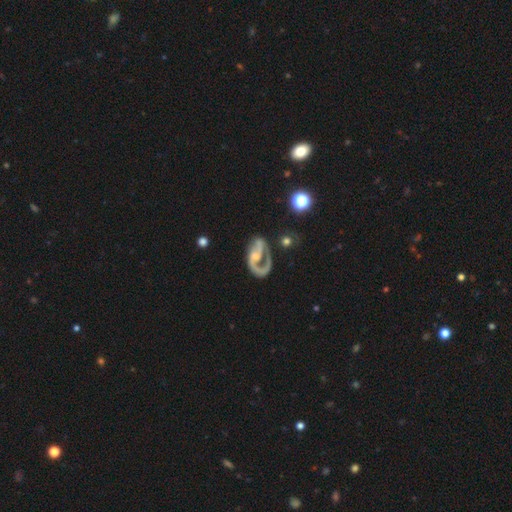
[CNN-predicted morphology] featured or disk 83%, smooth 10%, star or artifact 6%. Down the decision tree: edge-on disk — no (97%); bar — no (52%); spiral arms — yes (89%); spiral arm count — 1 (47%); spiral winding — medium (45%); bulge size — small (41%); merging — none (41%).